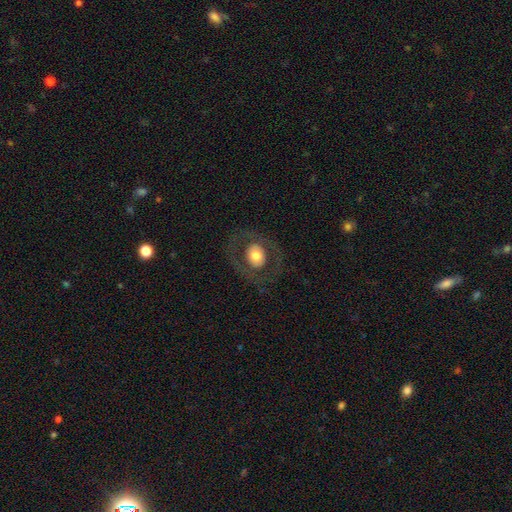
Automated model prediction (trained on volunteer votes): Smooth or featured? Predicted: smooth (p=0.54). How rounded? Predicted: round (p=0.52). Merging? Predicted: none (p=0.79).